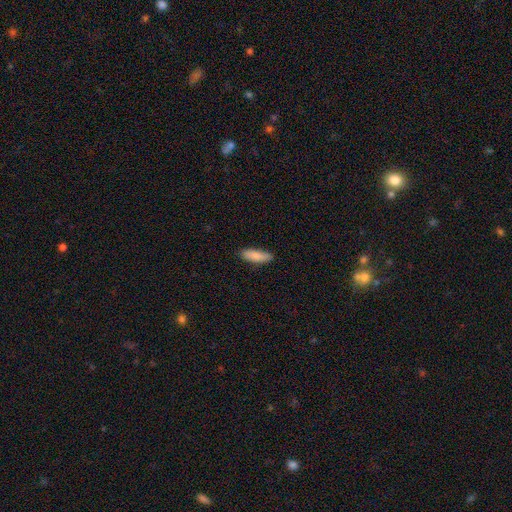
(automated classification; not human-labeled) Morphology: type=smooth (87%); roundness=cigar-shaped (51%); merging=none (86%).